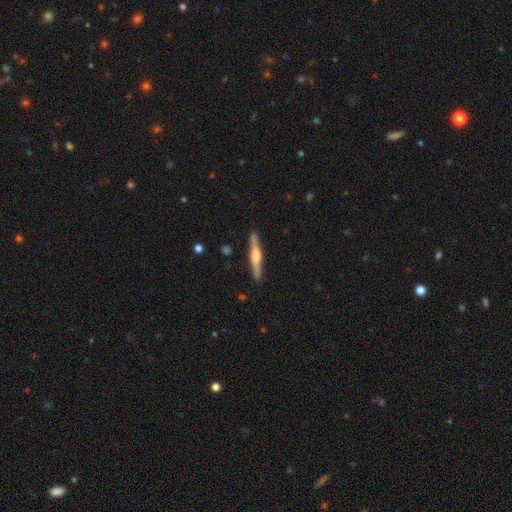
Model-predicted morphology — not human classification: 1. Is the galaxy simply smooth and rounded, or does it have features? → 71% featured or disk, 23% smooth, 5% star or artifact.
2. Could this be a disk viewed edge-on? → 98% yes, 2% no.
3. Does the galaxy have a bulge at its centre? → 81% rounded, 14% boxy, 5% none.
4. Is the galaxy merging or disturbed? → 91% none, 7% minor disturbance, 1% major disturbance, 1% merger.